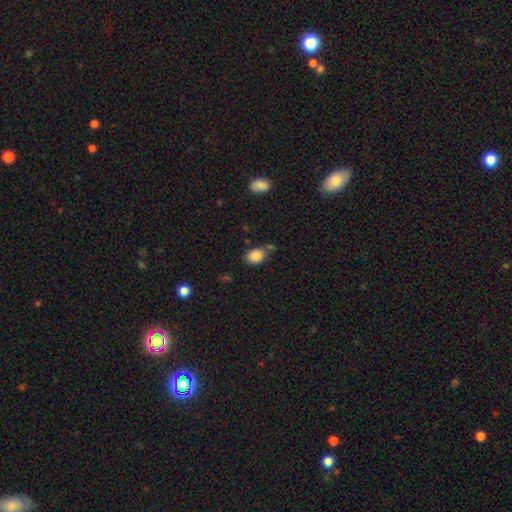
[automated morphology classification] This is clearly a smooth galaxy (86%). How rounded: likely in between (64%). Merging: likely none (65%).